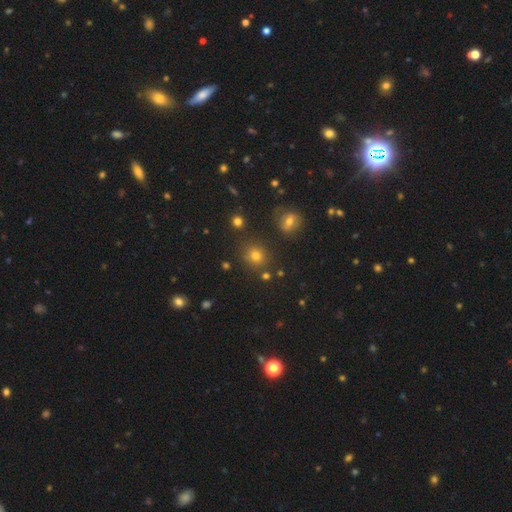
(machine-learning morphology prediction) A smooth galaxy with no disk features (71%) that is round (83%). Merging: none (82%).